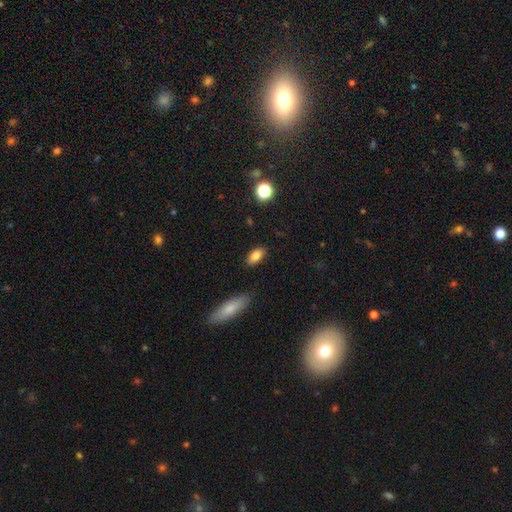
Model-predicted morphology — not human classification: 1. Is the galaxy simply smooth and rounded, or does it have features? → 83% smooth, 9% featured or disk, 8% star or artifact.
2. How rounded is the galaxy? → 88% in between, 6% cigar-shaped, 6% round.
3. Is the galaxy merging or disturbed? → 86% none, 9% minor disturbance, 2% major disturbance, 2% merger.